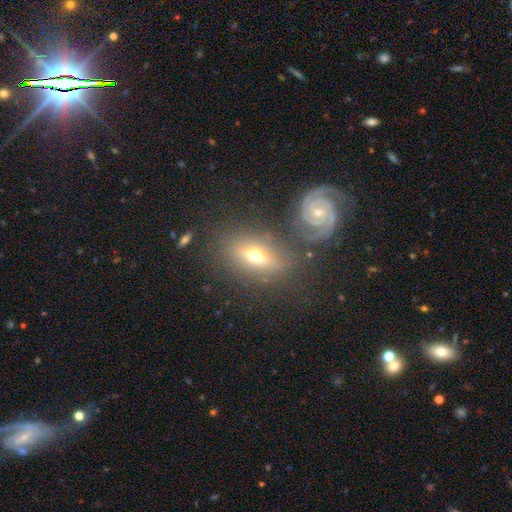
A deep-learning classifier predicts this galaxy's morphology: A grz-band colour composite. It shows a featured or disk galaxy (54%). Merging: none (69%).